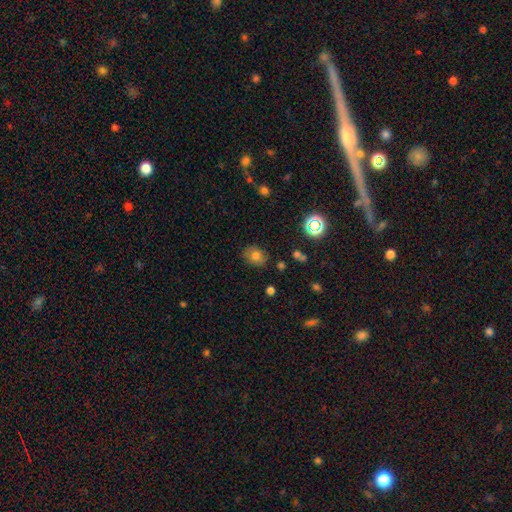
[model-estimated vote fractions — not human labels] This is likely a smooth galaxy (72%). How rounded: possibly round (54%). Merging: clearly none (81%).